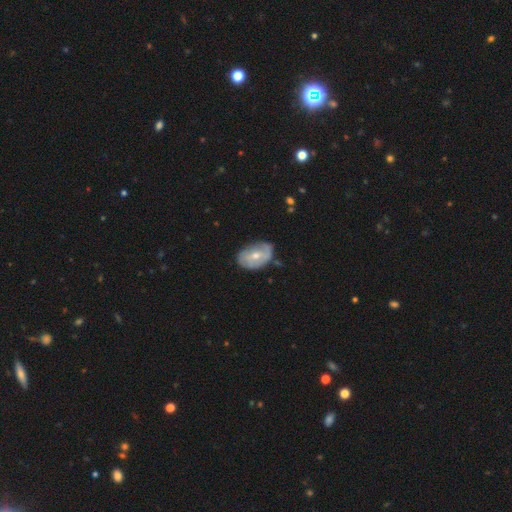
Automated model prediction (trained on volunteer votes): Overall: featured or disk (58%; smooth 36%). Edge-on disk: no (95%). Bar: no (56%; weak 35%). Spiral arms: yes (63%; no 37%). Bulge size: moderate (56%; small 40%). Merging: none (60%; minor disturbance 29%).